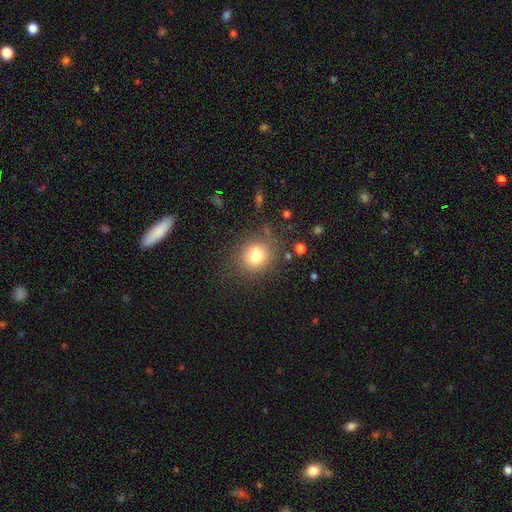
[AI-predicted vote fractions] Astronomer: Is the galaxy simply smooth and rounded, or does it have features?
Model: smooth — 77%.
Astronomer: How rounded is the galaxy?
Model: round — 72%.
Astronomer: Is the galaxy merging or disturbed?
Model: none — 71%.